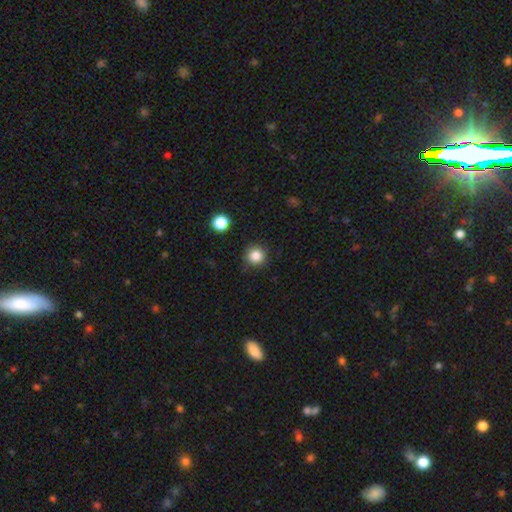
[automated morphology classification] smooth_or_featured: smooth (p=0.84) [alt: star or artifact p=0.11]
how_rounded: round (p=0.94) [alt: in between p=0.05]
merging: none (p=0.89) [alt: minor disturbance p=0.07]